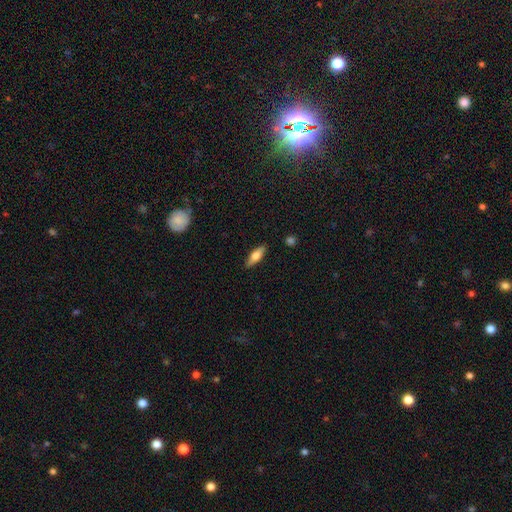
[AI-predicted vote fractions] smooth-or-featured: smooth: 60% | featured or disk: 33% | star or artifact: 6%
  how-rounded: in between: 52% | cigar-shaped: 45% | round: 3%
  merging: none: 88% | minor disturbance: 9% | major disturbance: 2% | merger: 1%